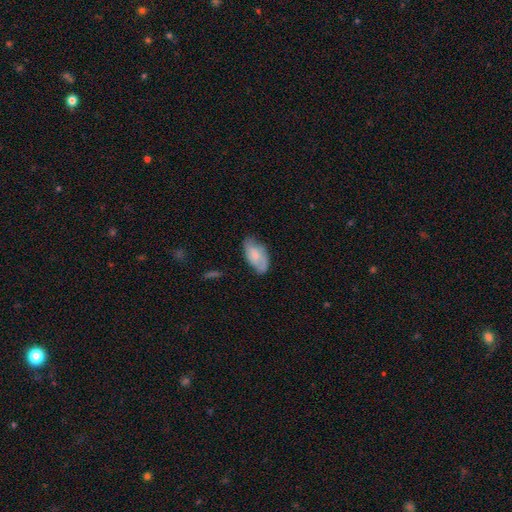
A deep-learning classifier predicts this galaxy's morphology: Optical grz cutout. It shows a smooth galaxy with no disk features (68%) that is in between round and cigar-shaped (94%). Merging: none (64%).